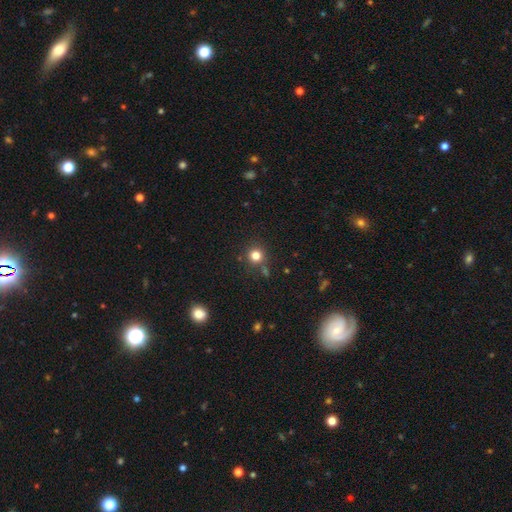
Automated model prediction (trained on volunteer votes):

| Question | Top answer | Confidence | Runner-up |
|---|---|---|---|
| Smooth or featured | smooth | 79% | star or artifact (15%) |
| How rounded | round | 93% | in between (6%) |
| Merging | none | 80% | minor disturbance (9%) |